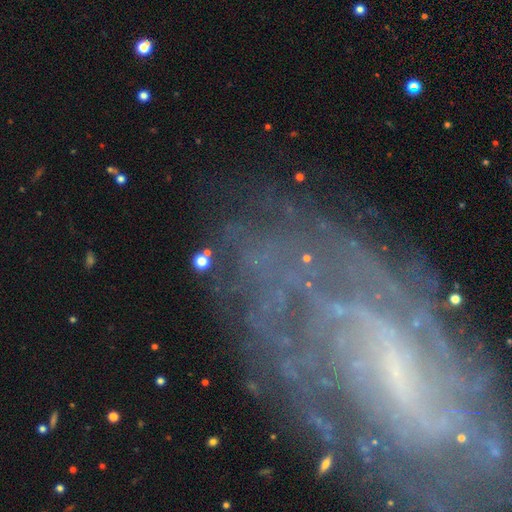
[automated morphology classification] Smooth or featured: featured or disk — 78% (star or artifact — 12%)
Edge-on disk: no — 94% (yes — 6%)
Bar: weak — 40% (no — 33%)
Spiral arms: yes — 81% (no — 19%)
Spiral winding: tight — 47% (medium — 33%)
Spiral arm count: can't tell — 46% (2 — 19%)
Bulge size: small — 46% (none — 37%)
Merging: none — 64% (minor disturbance — 17%)